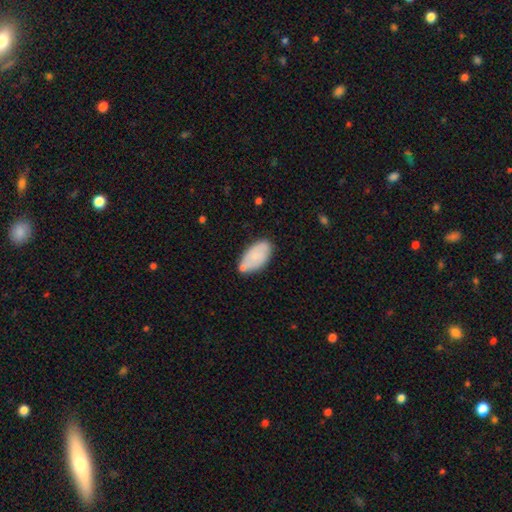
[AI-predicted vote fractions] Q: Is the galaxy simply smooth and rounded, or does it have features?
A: smooth — 77%.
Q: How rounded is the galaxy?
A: in between — 94%.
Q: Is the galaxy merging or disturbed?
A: none — 64%.